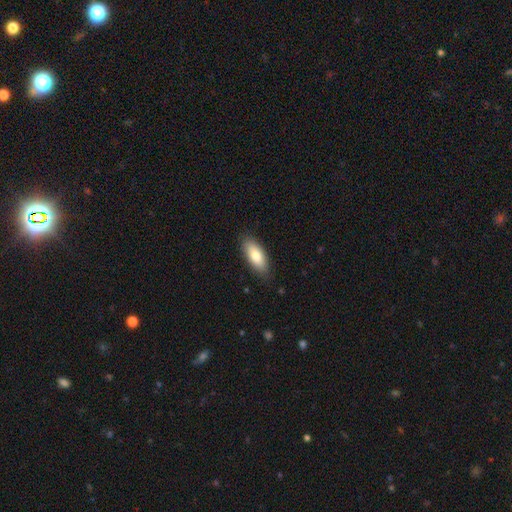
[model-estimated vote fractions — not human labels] Morphology: type=smooth (80%); roundness=in between (80%); merging=none (85%).